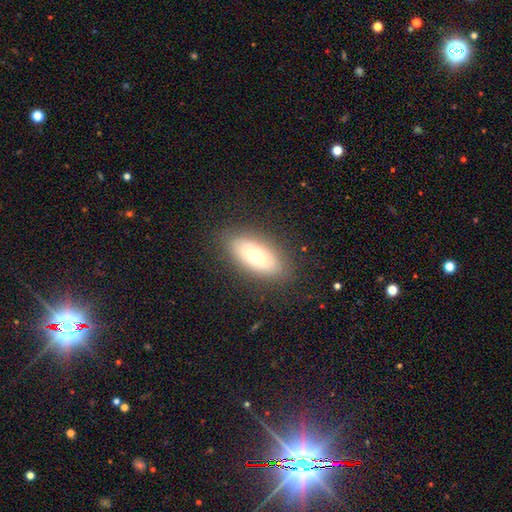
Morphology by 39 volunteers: smooth_or_featured: smooth (p=0.54) [alt: featured or disk p=0.41]
how_rounded: in between (p=0.76) [alt: cigar-shaped p=0.24]
merging: none (p=0.89) [alt: minor disturbance p=0.08]